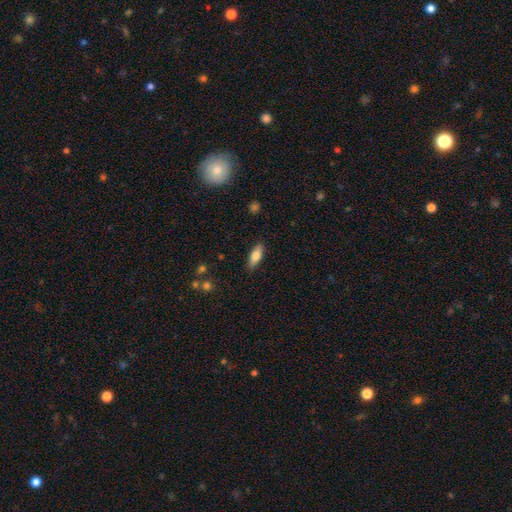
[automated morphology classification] A smooth galaxy with no disk features (72%) that is in between round and cigar-shaped (66%). Merging: none (87%).